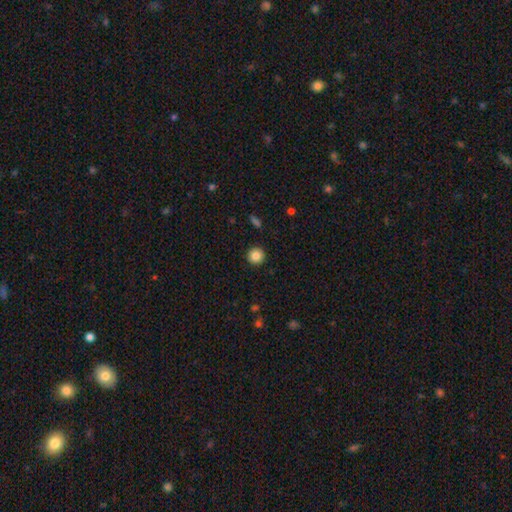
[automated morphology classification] Smooth or featured? smooth (85%)
How rounded? round (95%)
Merging? none (93%)